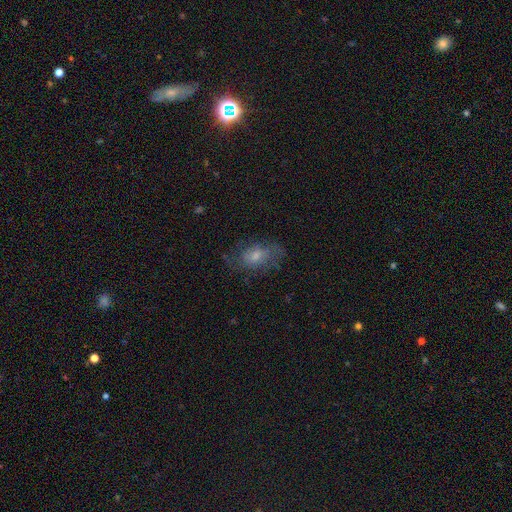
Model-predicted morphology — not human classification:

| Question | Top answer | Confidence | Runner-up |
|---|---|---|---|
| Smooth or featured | featured or disk | 44% | smooth (40%) |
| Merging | none | 66% | minor disturbance (21%) |